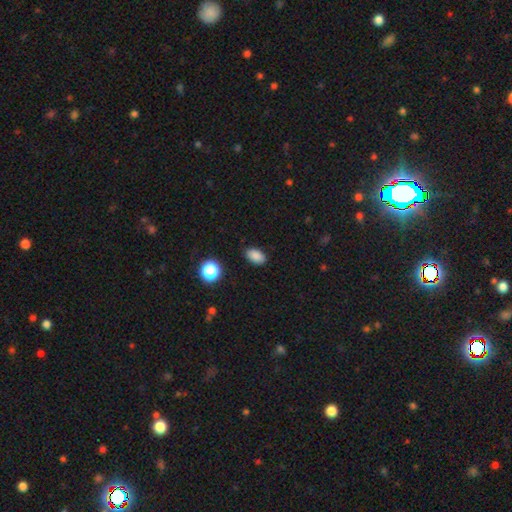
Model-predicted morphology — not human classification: Q: Smooth or featured?
A: smooth (85%); runner-up: star or artifact (11%)
Q: How rounded?
A: in between (89%); runner-up: round (9%)
Q: Merging?
A: none (87%); runner-up: minor disturbance (9%)